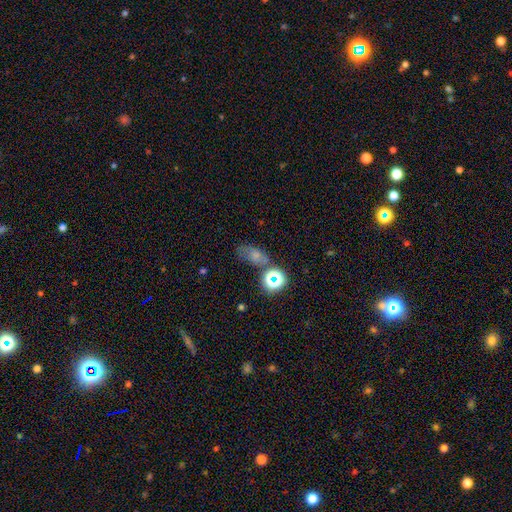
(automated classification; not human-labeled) Smooth or featured?
  - smooth: 63% *
  - star or artifact: 22%
  - featured or disk: 14%
How rounded?
  - in between: 76% *
  - round: 19%
  - cigar-shaped: 5%
Merging?
  - none: 53% *
  - minor disturbance: 22%
  - merger: 13%
  - major disturbance: 12%